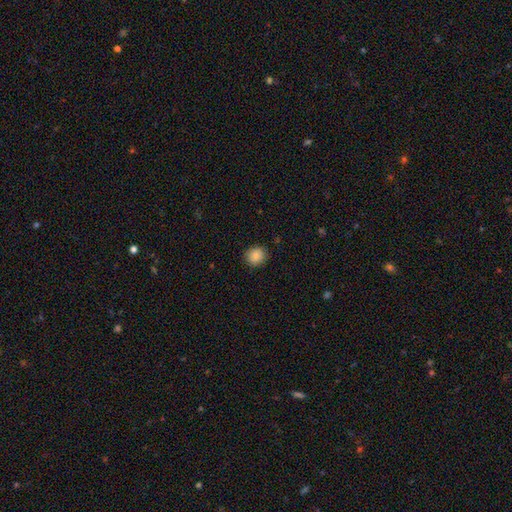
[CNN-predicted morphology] Smooth or featured? smooth (85%)
How rounded? round (84%)
Merging? none (88%)